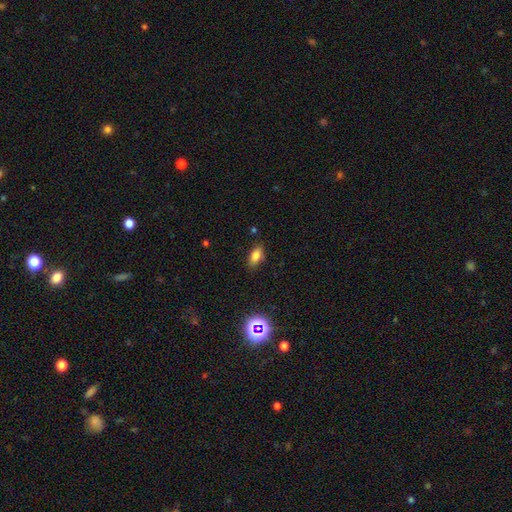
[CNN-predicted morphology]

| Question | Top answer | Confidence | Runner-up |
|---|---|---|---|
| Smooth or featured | smooth | 79% | star or artifact (13%) |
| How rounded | in between | 85% | cigar-shaped (8%) |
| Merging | none | 81% | minor disturbance (14%) |